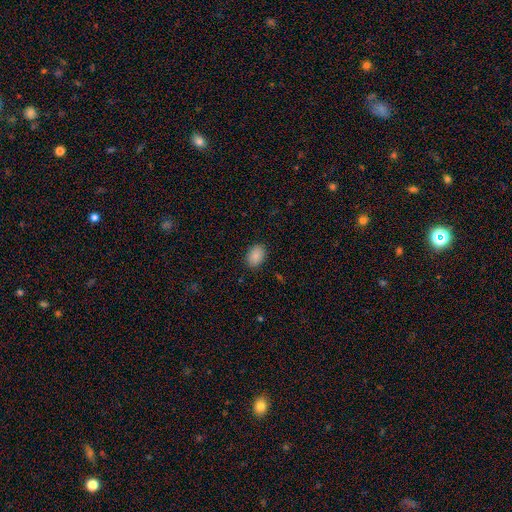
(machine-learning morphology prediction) This appears to be a smooth galaxy with no disk features (88%) that is in between round and cigar-shaped (82%). Merging: none (88%).